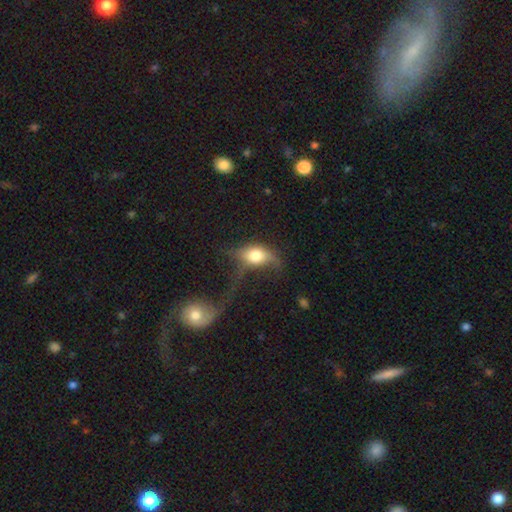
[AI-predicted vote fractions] smooth_or_featured: smooth (p=0.64) [alt: featured or disk p=0.27]
how_rounded: in between (p=0.79) [alt: round p=0.16]
merging: major disturbance (p=0.42) [alt: none p=0.25]